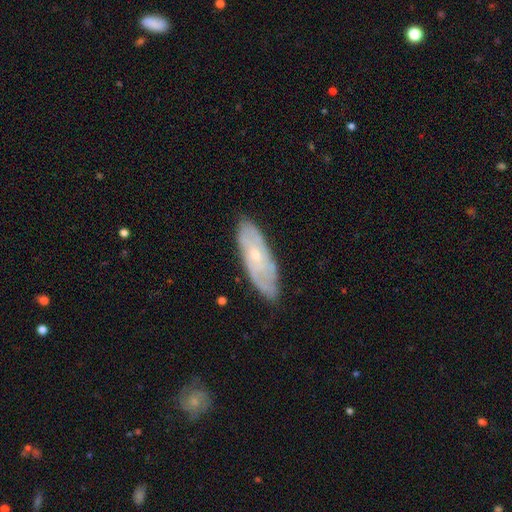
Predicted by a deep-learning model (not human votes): The model was most divided on "smooth or featured": featured or disk: 63%, smooth: 30%, star or artifact: 7%. More confident: edge-on disk — no (81%); merging — none (78%); spiral arms — yes (76%); bar — no (74%); bulge size — small (68%).